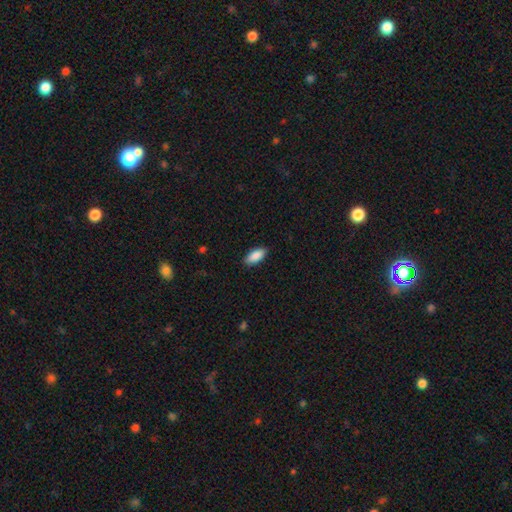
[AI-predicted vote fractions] The model was most divided on "how rounded": in between: 86%, cigar-shaped: 12%, round: 2%. More confident: smooth or featured — smooth (89%); merging — none (87%).